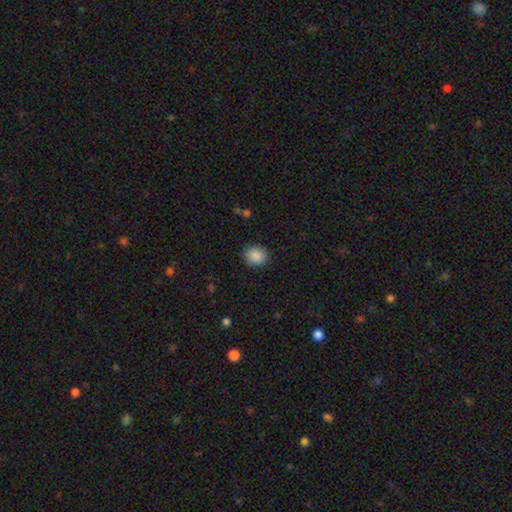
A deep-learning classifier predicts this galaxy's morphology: A smooth galaxy with no disk features (89%) that is round (73%).

Vote fractions:
- Smooth or featured? smooth: 89% / star or artifact: 8% / featured or disk: 3%
- How rounded? round: 73% / in between: 26% / cigar-shaped: 1%
- Merging? none: 89% / minor disturbance: 8% / major disturbance: 3% / merger: 1%